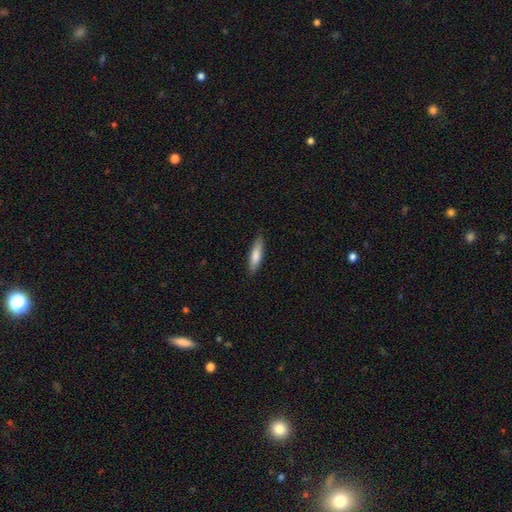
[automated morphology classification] Smooth or featured: smooth — 78% (featured or disk — 17%)
How rounded: cigar-shaped — 71% (in between — 28%)
Merging: none — 87% (minor disturbance — 10%)